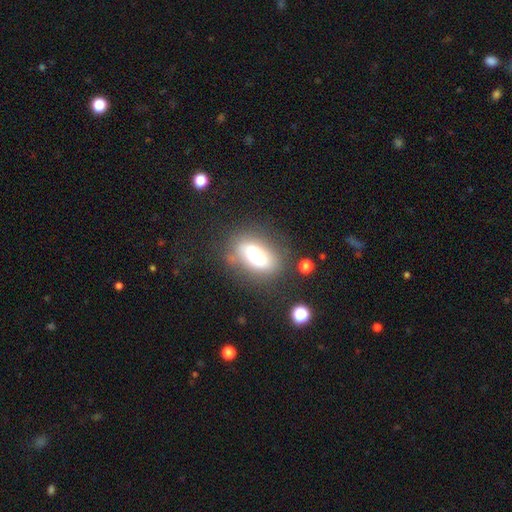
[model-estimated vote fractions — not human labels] A smooth galaxy with no disk features (63%) that is in between round and cigar-shaped (83%).

Vote fractions:
- Smooth or featured? smooth: 63% / featured or disk: 27% / star or artifact: 10%
- How rounded? in between: 83% / round: 11% / cigar-shaped: 7%
- Merging? none: 69% / minor disturbance: 18% / major disturbance: 8% / merger: 5%